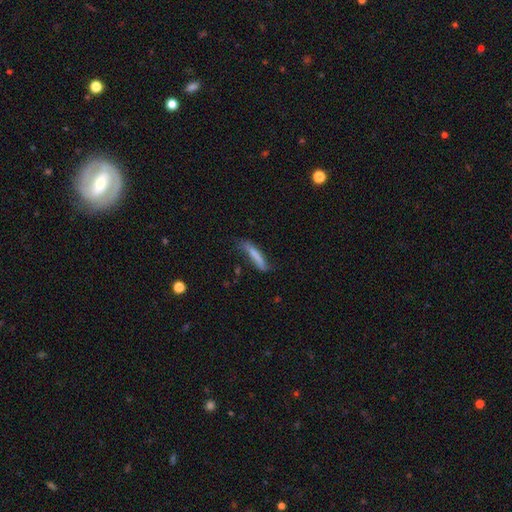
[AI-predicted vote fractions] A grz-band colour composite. It shows a smooth galaxy with no disk features (72%) that is cigar-shaped (88%). Merging: none (55%).